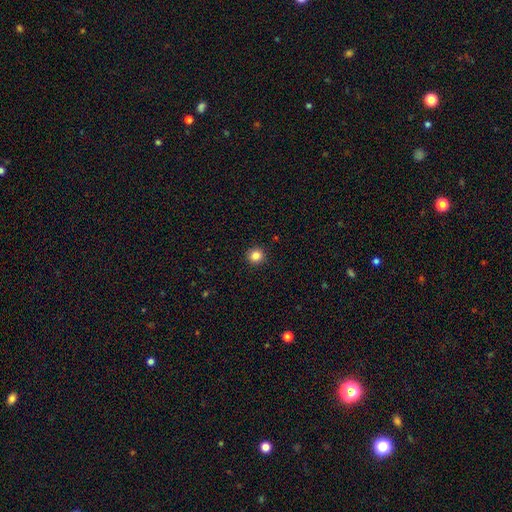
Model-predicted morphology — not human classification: Q: Smooth or featured?
A: smooth (85%); runner-up: star or artifact (11%)
Q: How rounded?
A: round (94%); runner-up: in between (5%)
Q: Merging?
A: none (93%); runner-up: minor disturbance (5%)